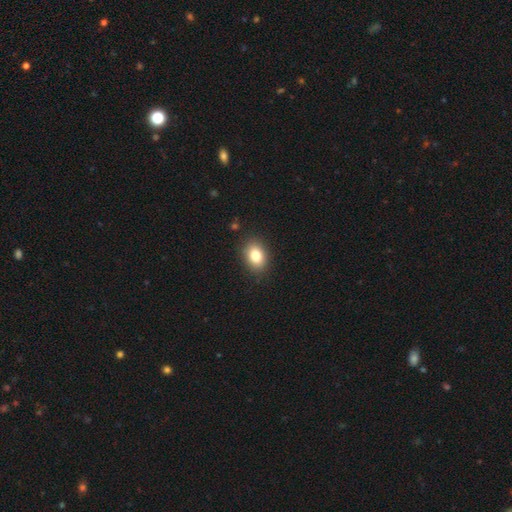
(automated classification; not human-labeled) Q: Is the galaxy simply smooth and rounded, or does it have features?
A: smooth — 82%.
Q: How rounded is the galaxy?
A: in between — 77%.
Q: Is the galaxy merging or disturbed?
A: none — 87%.